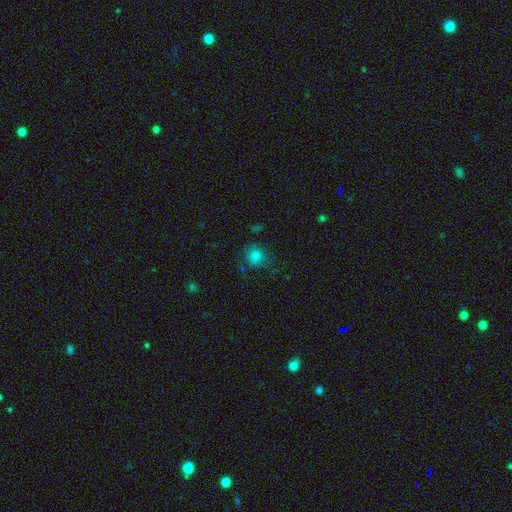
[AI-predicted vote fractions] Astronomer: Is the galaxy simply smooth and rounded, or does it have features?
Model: smooth — 75%.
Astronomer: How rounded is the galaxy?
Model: round — 85%.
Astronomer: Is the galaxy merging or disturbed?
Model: none — 69%.